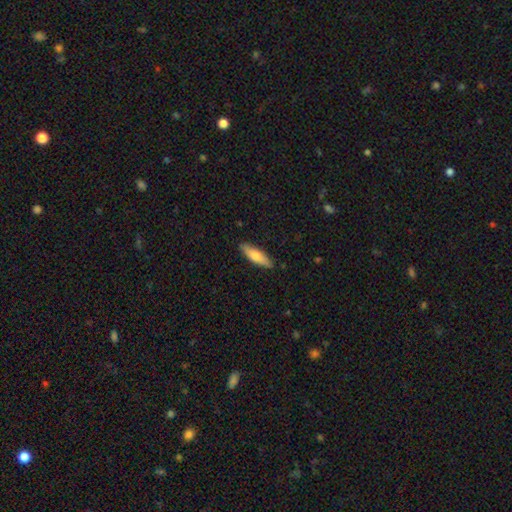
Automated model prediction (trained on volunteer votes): Smooth or featured? smooth (66%)
How rounded? cigar-shaped (59%)
Merging? none (89%)